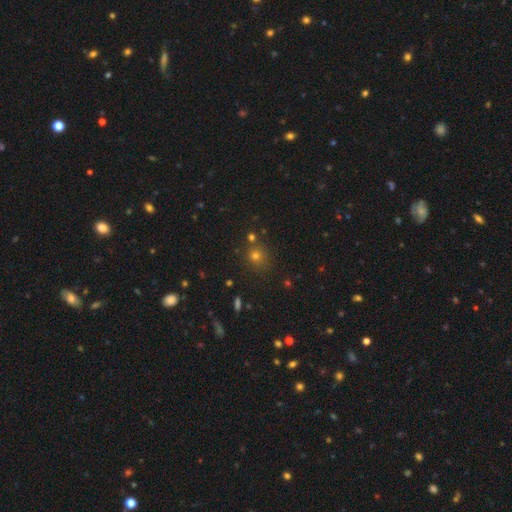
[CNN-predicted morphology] smooth 64%, star or artifact 28%, featured or disk 8%. Down the decision tree: how rounded — round (89%); merging — none (79%).